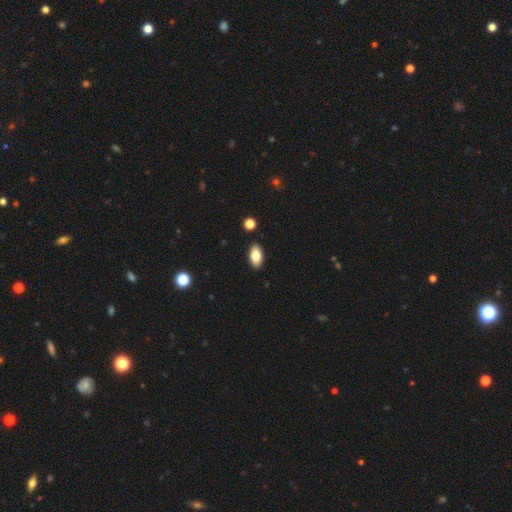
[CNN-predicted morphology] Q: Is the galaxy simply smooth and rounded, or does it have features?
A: smooth — 82%.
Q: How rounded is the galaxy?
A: in between — 93%.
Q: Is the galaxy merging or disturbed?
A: none — 90%.